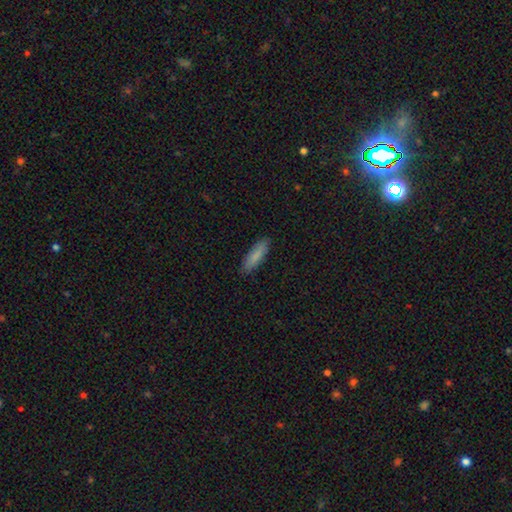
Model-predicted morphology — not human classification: A smooth galaxy with no disk features (85%) that is cigar-shaped (68%).

Vote fractions:
- Smooth or featured? smooth: 85% / featured or disk: 9% / star or artifact: 6%
- How rounded? cigar-shaped: 68% / in between: 31% / round: 1%
- Merging? none: 89% / minor disturbance: 9% / major disturbance: 2% / merger: 1%